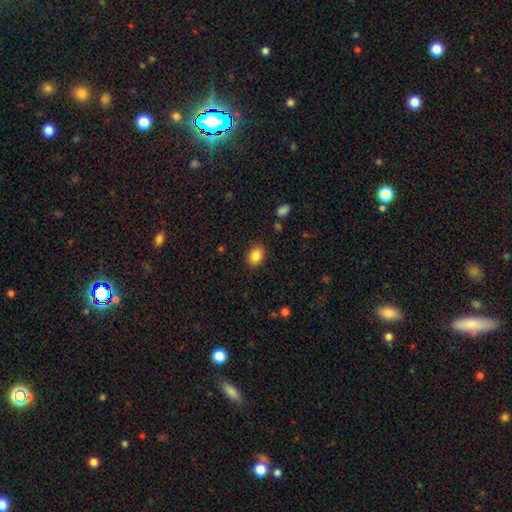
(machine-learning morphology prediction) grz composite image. It shows a smooth galaxy with no disk features (86%) that is in between round and cigar-shaped (69%). Merging: none (88%).